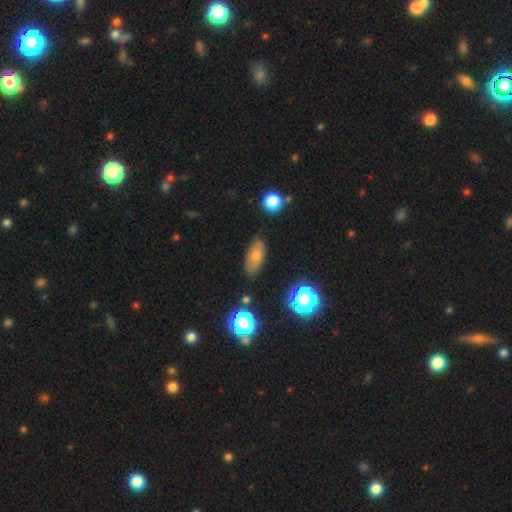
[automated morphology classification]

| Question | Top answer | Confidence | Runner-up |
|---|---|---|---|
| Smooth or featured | smooth | 66% | featured or disk (23%) |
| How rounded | in between | 81% | cigar-shaped (12%) |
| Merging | none | 79% | minor disturbance (15%) |